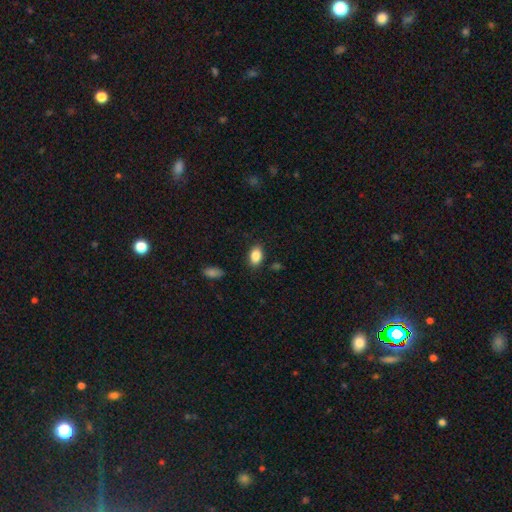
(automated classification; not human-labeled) Morphology: type=smooth (87%); roundness=in between (87%); merging=none (85%).